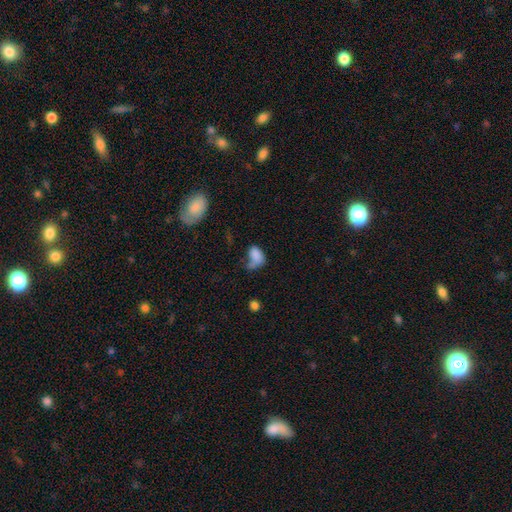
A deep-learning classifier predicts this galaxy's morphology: Smooth or featured?
  - smooth: 76% *
  - featured or disk: 13%
  - star or artifact: 10%
How rounded?
  - in between: 85% *
  - round: 13%
  - cigar-shaped: 2%
Merging?
  - major disturbance: 33% *
  - none: 27%
  - minor disturbance: 26%
  - merger: 15%